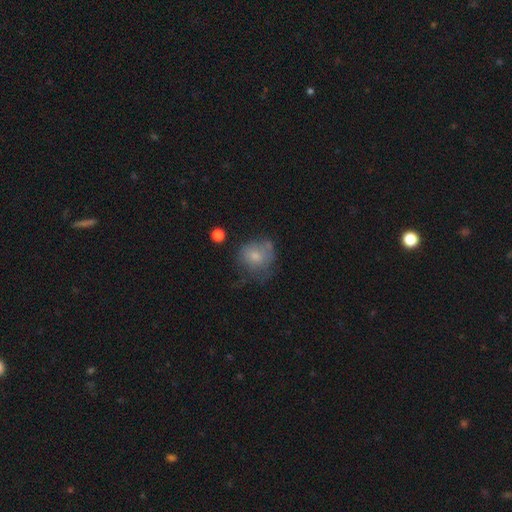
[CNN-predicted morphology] The model was most divided on "merging": none: 40%, minor disturbance: 31%, major disturbance: 23%, merger: 6%. More confident: how rounded — round (72%); smooth or featured — smooth (67%).